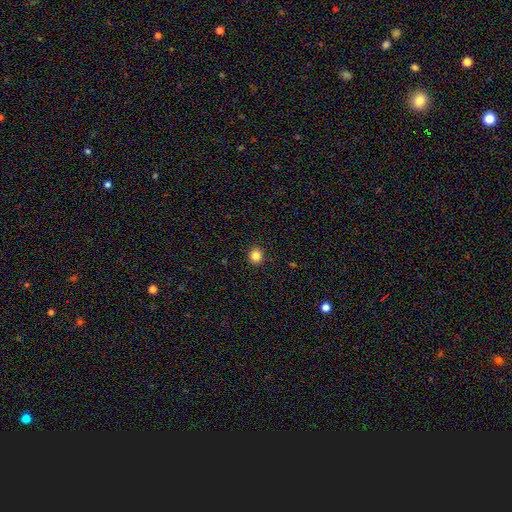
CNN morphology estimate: The model was most divided on "smooth or featured": smooth: 84%, star or artifact: 12%, featured or disk: 4%. More confident: merging — none (92%); how rounded — round (91%).